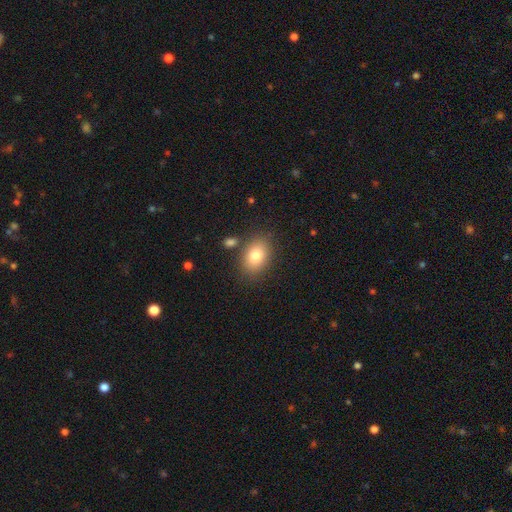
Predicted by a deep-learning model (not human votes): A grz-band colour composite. It shows a smooth galaxy with no disk features (80%) that is in between round and cigar-shaped (79%). Merging: none (80%).